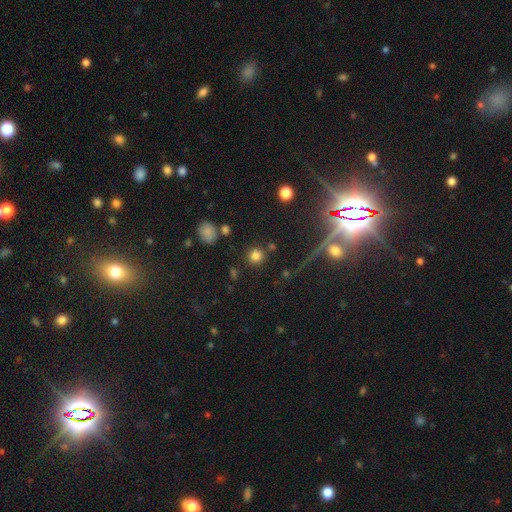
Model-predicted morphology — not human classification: Smooth or featured?
  - smooth: 79% *
  - star or artifact: 15%
  - featured or disk: 6%
How rounded?
  - round: 91% *
  - in between: 8%
  - cigar-shaped: 1%
Merging?
  - none: 85% *
  - minor disturbance: 7%
  - merger: 5%
  - major disturbance: 3%